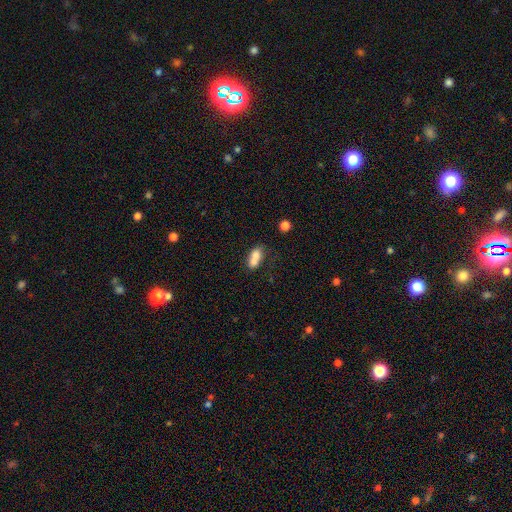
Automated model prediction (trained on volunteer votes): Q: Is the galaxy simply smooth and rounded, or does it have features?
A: smooth — 69%.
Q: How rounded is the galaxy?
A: in between — 67%.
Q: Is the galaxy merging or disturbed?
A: merger — 67%.